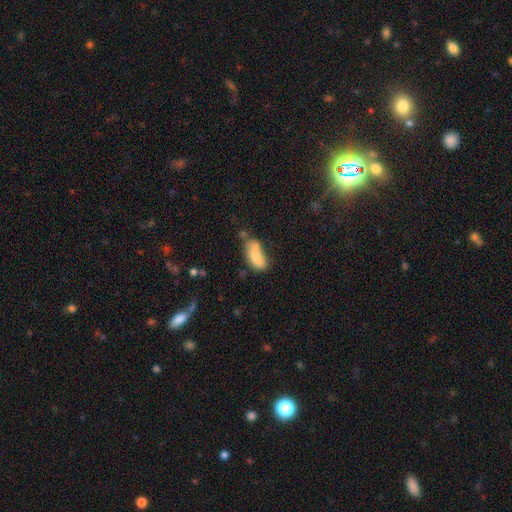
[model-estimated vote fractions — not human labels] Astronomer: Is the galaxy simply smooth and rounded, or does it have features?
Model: smooth — 75%.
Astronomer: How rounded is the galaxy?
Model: in between — 84%.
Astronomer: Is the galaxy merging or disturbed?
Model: none — 36% (runner-up: minor disturbance, 26%).